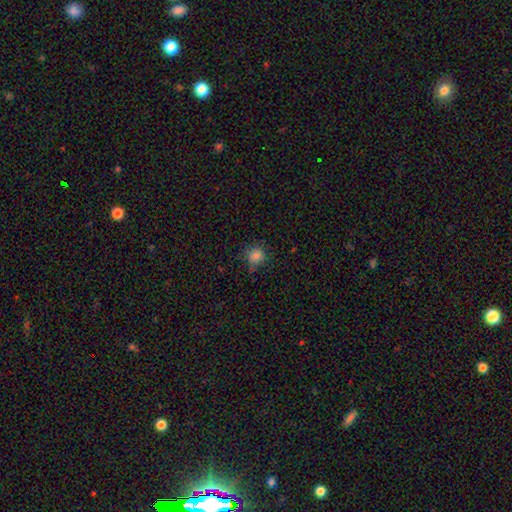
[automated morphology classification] smooth_or_featured: smooth (p=0.82) [alt: star or artifact p=0.13]
how_rounded: round (p=0.86) [alt: in between p=0.13]
merging: none (p=0.67) [alt: minor disturbance p=0.24]